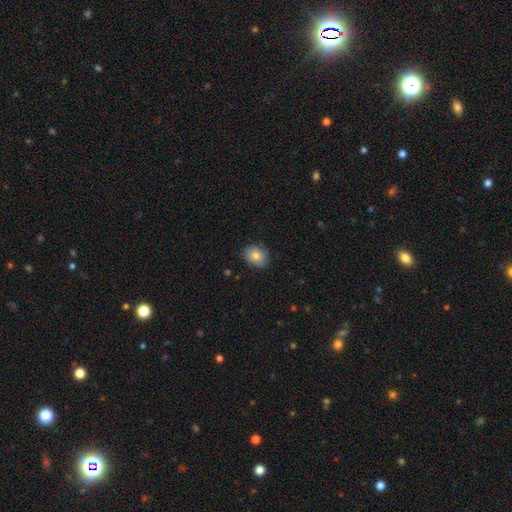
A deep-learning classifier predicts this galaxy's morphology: Smooth or featured: smooth — 78% (featured or disk — 14%)
How rounded: in between — 52% (round — 47%)
Merging: none — 82% (minor disturbance — 14%)